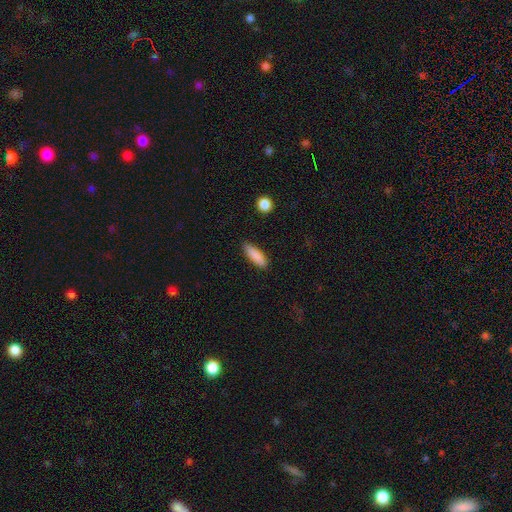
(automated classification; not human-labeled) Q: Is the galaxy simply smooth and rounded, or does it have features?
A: smooth — 87%.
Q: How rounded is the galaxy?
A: cigar-shaped — 54%.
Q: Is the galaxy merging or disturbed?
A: none — 84%.